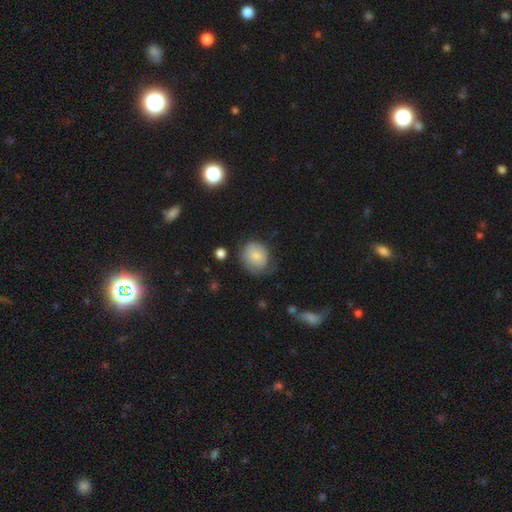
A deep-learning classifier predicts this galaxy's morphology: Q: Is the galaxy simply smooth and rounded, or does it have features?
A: smooth — 76%.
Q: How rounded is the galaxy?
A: round — 72%.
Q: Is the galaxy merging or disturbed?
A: none — 51%.